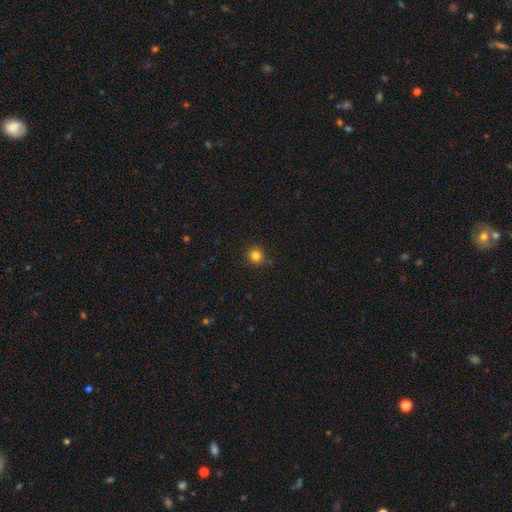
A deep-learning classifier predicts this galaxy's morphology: This is clearly a smooth galaxy (82%). How rounded: clearly round (92%). Merging: clearly none (86%).